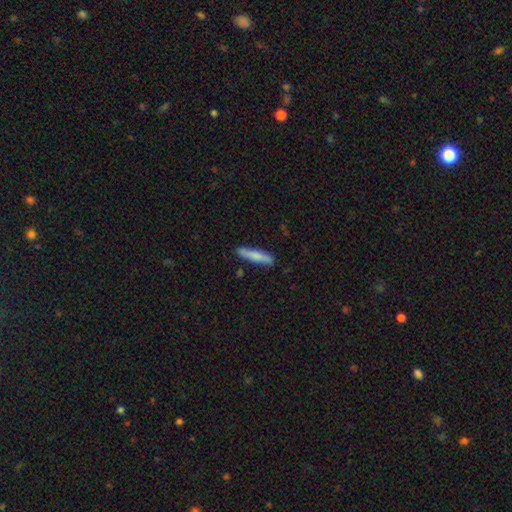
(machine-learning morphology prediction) Smooth or featured? Predicted: smooth (p=0.75). How rounded? Predicted: cigar-shaped (p=0.86). Merging? Predicted: none (p=0.86).